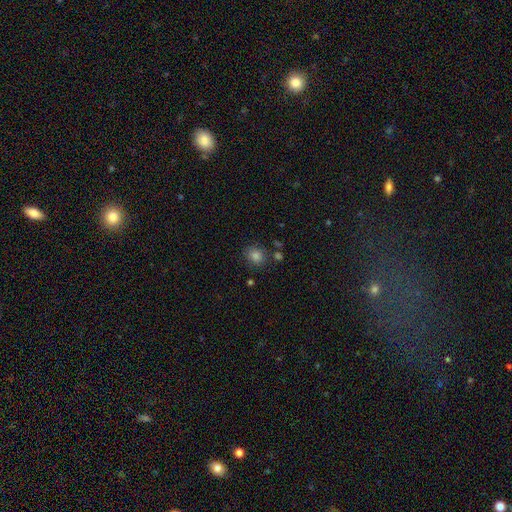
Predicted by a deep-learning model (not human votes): This is clearly a smooth galaxy (81%). How rounded: likely round (73%). Merging: likely none (79%).